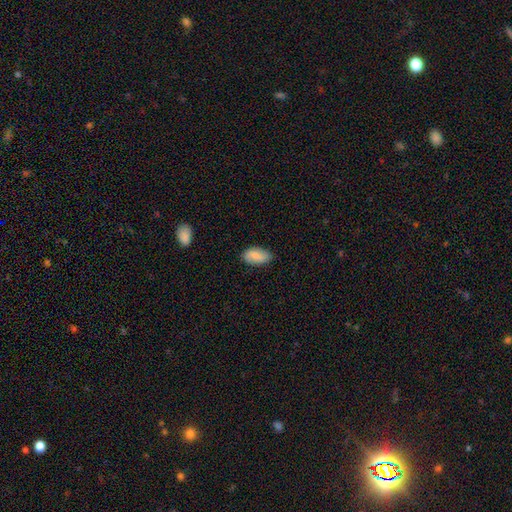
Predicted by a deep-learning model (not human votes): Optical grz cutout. It shows a smooth galaxy with no disk features (80%) that is in between round and cigar-shaped (93%). Merging: none (77%).